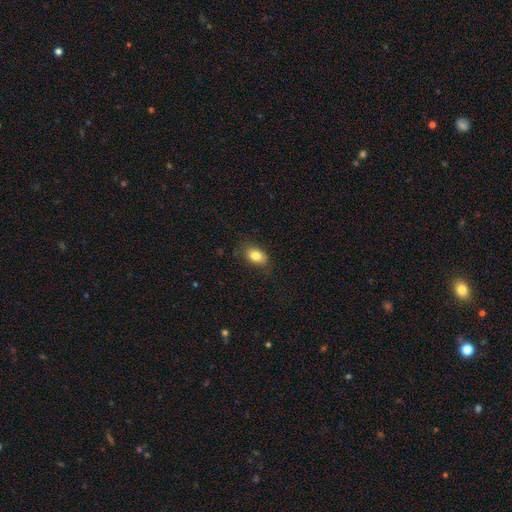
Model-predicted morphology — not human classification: A smooth galaxy with no disk features (82%) that is in between round and cigar-shaped (86%). Merging: none (81%).